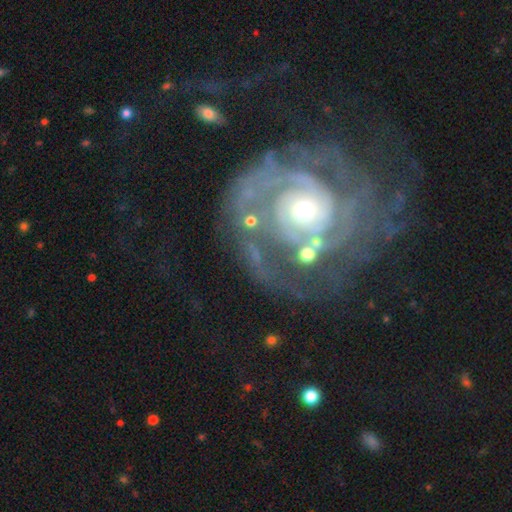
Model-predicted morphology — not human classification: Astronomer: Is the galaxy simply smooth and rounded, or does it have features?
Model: featured or disk — 88%.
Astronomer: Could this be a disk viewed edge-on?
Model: no — 97%.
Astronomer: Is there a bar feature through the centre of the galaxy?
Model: no — 76%.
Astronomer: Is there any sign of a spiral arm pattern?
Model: yes — 96%.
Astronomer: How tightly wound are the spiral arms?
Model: tight — 68%.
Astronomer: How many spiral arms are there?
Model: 2 — 36% (runner-up: can't tell, 23%).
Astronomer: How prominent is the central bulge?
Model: small — 55% (runner-up: moderate, 39%).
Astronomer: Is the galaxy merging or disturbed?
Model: none — 59%.